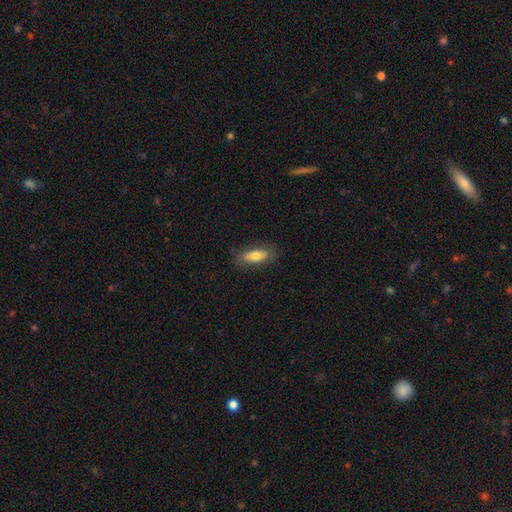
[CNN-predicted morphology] This is likely a smooth galaxy (69%). How rounded: likely in between (75%). Merging: likely none (80%).